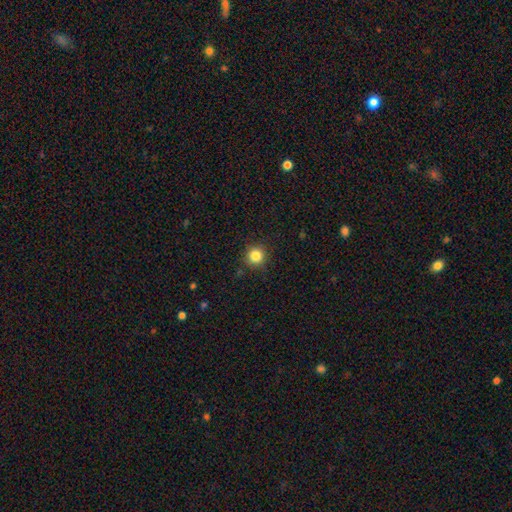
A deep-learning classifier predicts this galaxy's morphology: Q: Smooth or featured?
A: smooth (84%); runner-up: star or artifact (12%)
Q: How rounded?
A: round (94%); runner-up: in between (5%)
Q: Merging?
A: none (89%); runner-up: minor disturbance (7%)